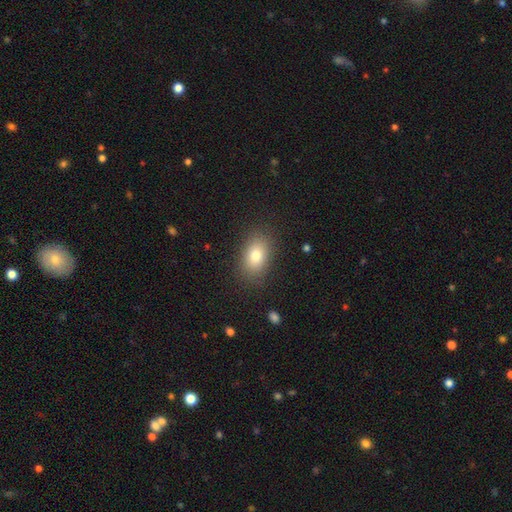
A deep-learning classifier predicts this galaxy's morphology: Smooth or featured?
  - smooth: 79% *
  - featured or disk: 11%
  - star or artifact: 10%
How rounded?
  - in between: 84% *
  - round: 14%
  - cigar-shaped: 2%
Merging?
  - none: 86% *
  - minor disturbance: 10%
  - major disturbance: 3%
  - merger: 1%